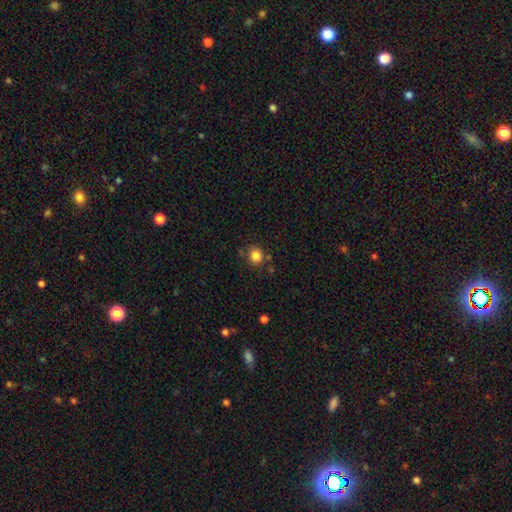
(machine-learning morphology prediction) A smooth galaxy with no disk features (83%) that is round (82%). Merging: none (78%).